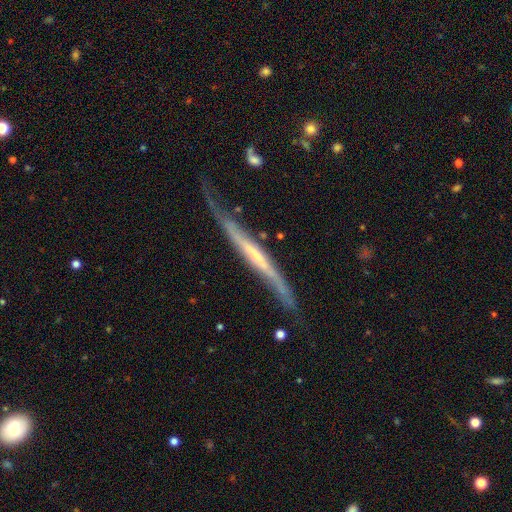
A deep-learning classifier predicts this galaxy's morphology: This appears to be a featured or disk galaxy (74%) viewed edge-on (83%) with no central bulge (66%). Merging: none (50%).